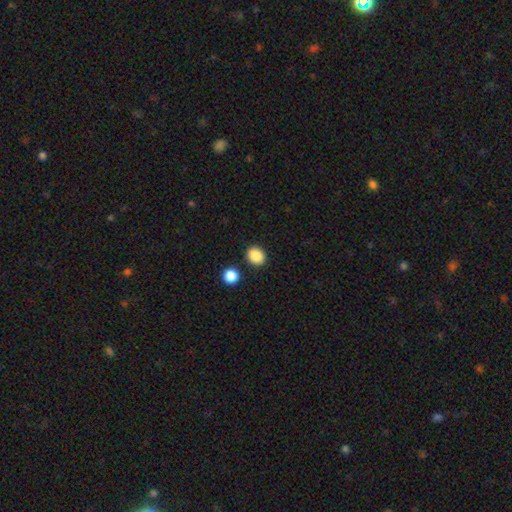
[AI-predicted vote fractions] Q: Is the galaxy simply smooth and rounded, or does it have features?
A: smooth — 87%.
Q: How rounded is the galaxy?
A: round — 64%.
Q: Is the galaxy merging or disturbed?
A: none — 87%.